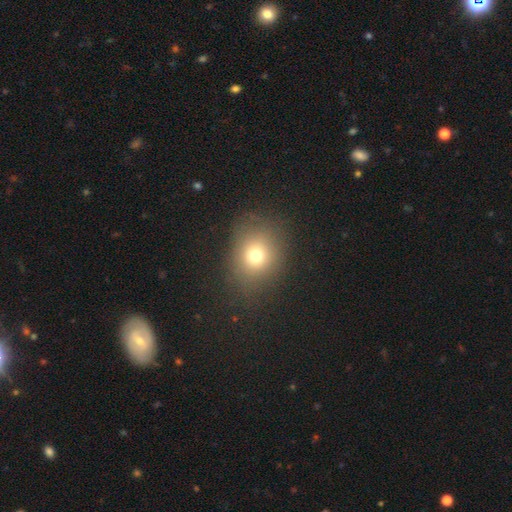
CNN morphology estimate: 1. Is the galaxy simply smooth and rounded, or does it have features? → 71% smooth, 17% star or artifact, 12% featured or disk.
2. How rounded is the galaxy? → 65% round, 34% in between, 1% cigar-shaped.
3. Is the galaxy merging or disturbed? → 81% none, 11% minor disturbance, 7% major disturbance, 1% merger.